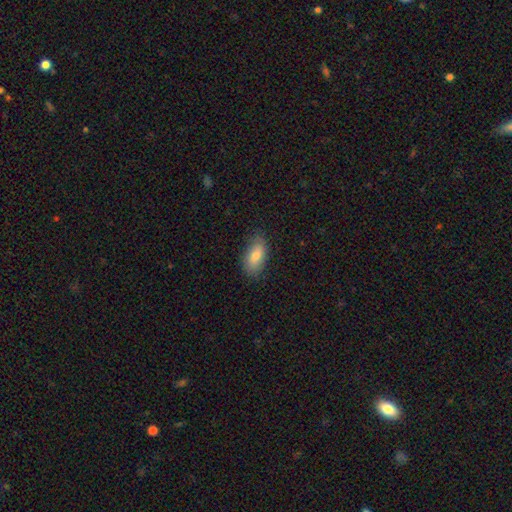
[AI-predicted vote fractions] This is likely a smooth galaxy (78%). How rounded: clearly in between (89%). Merging: clearly none (81%).